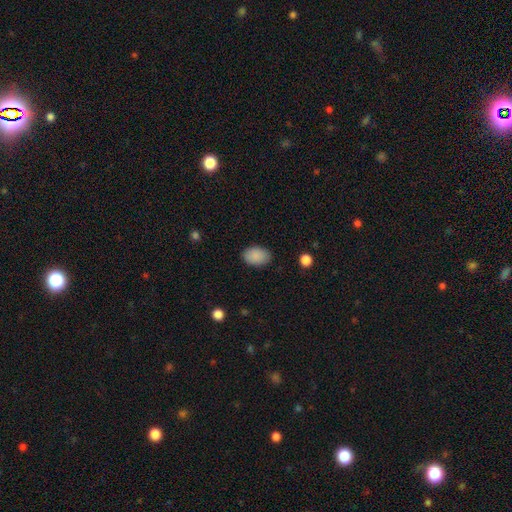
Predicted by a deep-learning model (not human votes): A smooth galaxy with no disk features (89%) that is in between round and cigar-shaped (87%).

Vote fractions:
- Smooth or featured? smooth: 89% / star or artifact: 7% / featured or disk: 4%
- How rounded? in between: 87% / round: 12% / cigar-shaped: 1%
- Merging? none: 87% / minor disturbance: 10% / major disturbance: 2% / merger: 1%